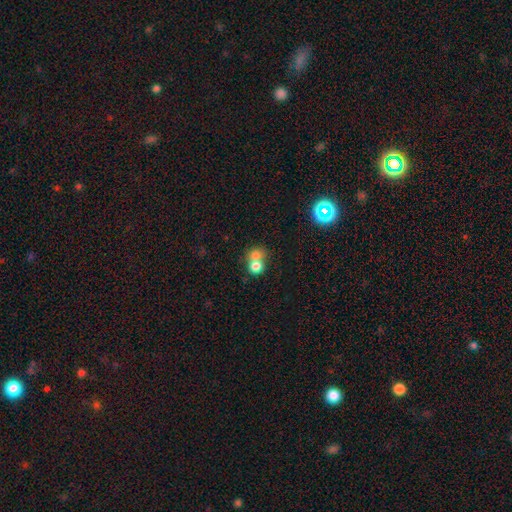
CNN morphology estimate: This is likely a smooth galaxy (74%). How rounded: likely round (72%). Merging: likely merger (61%).